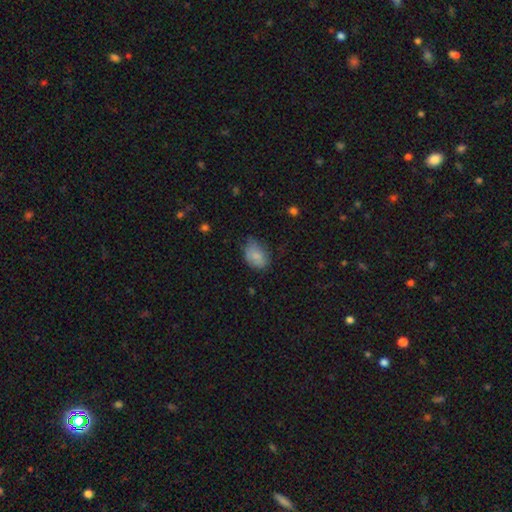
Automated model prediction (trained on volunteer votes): The model was most divided on "merging": none: 48%, minor disturbance: 39%, major disturbance: 11%, merger: 2%. More confident: how rounded — in between (82%); smooth or featured — smooth (80%).